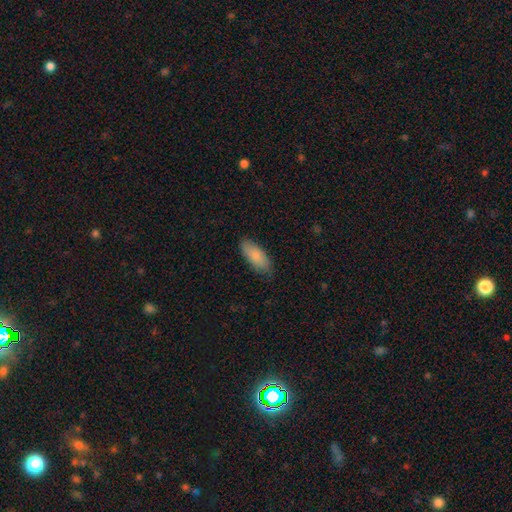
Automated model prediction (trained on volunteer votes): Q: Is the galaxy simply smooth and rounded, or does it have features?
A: smooth — 84%.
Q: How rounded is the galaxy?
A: in between — 81%.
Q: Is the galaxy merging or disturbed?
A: none — 82%.